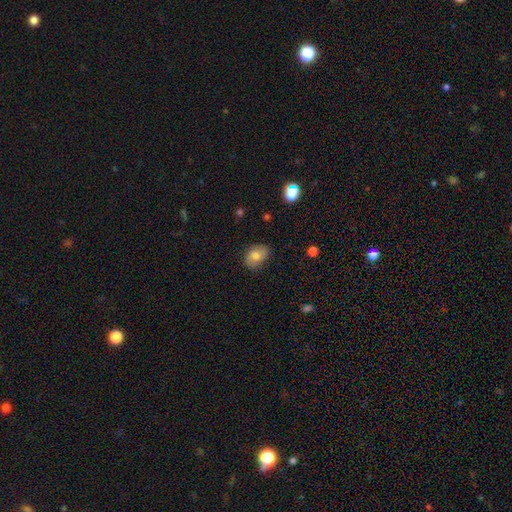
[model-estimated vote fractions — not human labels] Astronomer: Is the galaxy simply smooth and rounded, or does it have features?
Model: smooth — 76%.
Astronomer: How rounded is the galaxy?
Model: in between — 78%.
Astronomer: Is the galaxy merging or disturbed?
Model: none — 76%.